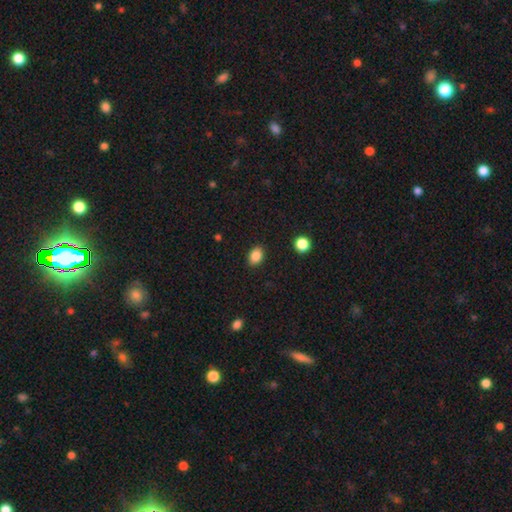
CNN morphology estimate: A smooth galaxy with no disk features (87%) that is in between round and cigar-shaped (76%).

Vote fractions:
- Smooth or featured? smooth: 87% / star or artifact: 9% / featured or disk: 4%
- How rounded? in between: 76% / round: 23% / cigar-shaped: 1%
- Merging? none: 89% / minor disturbance: 8% / major disturbance: 2% / merger: 1%